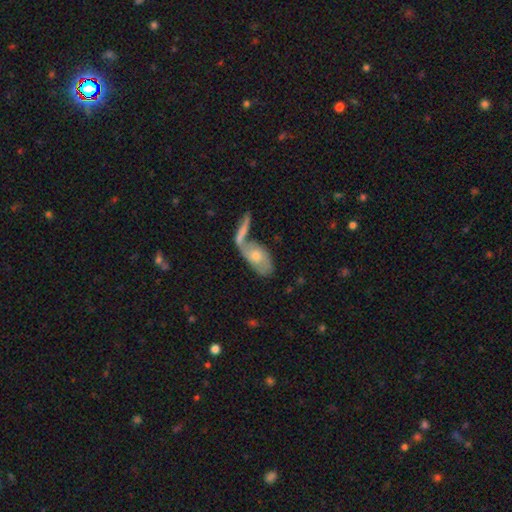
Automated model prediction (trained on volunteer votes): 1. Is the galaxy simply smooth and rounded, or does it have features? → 48% smooth, 45% featured or disk, 7% star or artifact.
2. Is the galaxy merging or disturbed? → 46% merger, 32% none, 13% minor disturbance, 9% major disturbance.